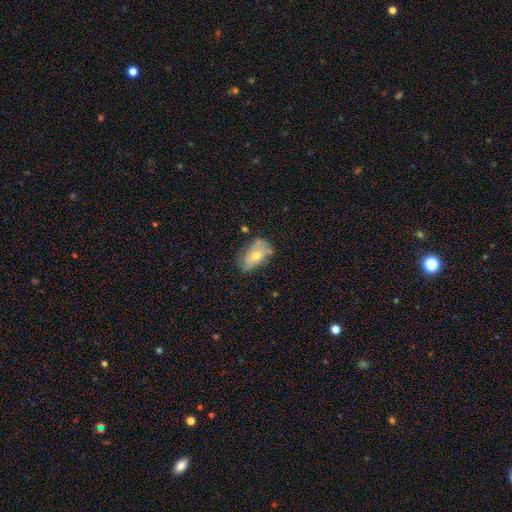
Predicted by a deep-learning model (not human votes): Smooth or featured? Predicted: smooth (p=0.46). Merging? Predicted: none (p=0.54).